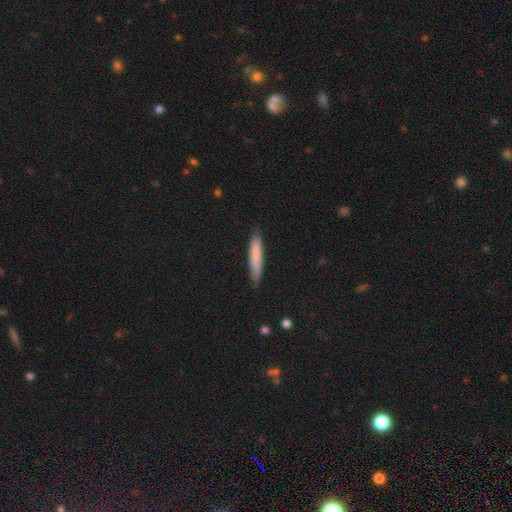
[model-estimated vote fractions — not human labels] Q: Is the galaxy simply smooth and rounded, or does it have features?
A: smooth — 79%.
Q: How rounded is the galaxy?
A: cigar-shaped — 91%.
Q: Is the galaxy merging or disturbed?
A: none — 86%.